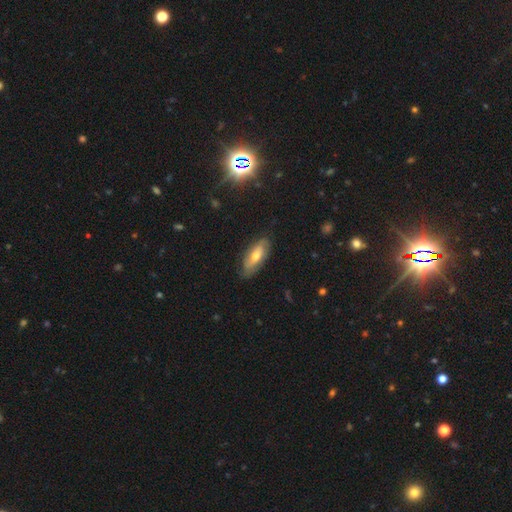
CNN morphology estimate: Overall: featured or disk (54%; smooth 38%). Edge-on disk: no (78%). Merging: none (79%).